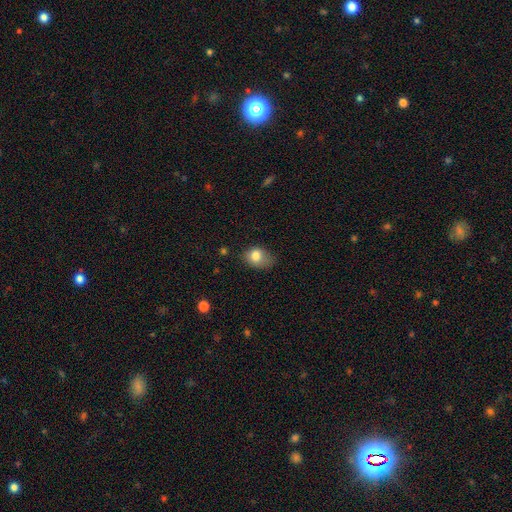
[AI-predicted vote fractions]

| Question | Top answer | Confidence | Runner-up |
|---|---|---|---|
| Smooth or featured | smooth | 79% | featured or disk (11%) |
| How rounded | in between | 62% | round (37%) |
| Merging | none | 45% | minor disturbance (38%) |